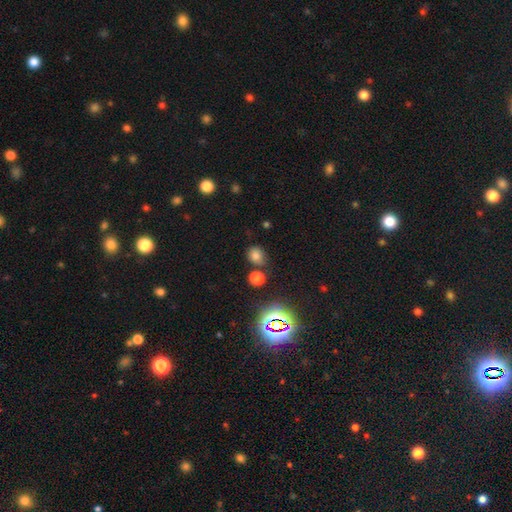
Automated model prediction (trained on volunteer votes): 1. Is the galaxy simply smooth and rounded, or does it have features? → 73% smooth, 21% star or artifact, 6% featured or disk.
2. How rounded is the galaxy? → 70% round, 29% in between, 1% cigar-shaped.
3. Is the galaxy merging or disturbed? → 70% none, 14% merger, 13% minor disturbance, 4% major disturbance.